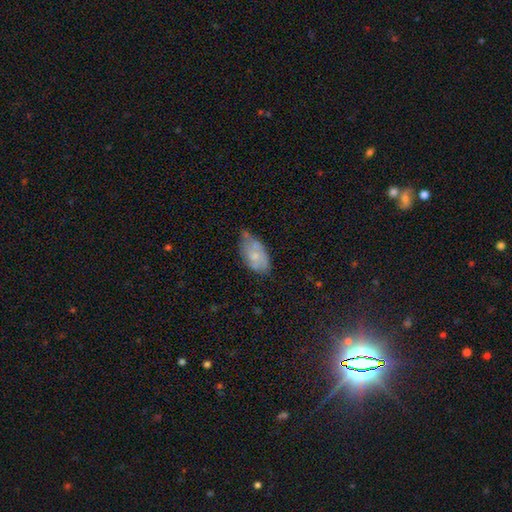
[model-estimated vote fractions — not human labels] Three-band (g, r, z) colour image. It shows a smooth galaxy with no disk features (62%) that is in between round and cigar-shaped (93%). Merging: minor disturbance (43%).